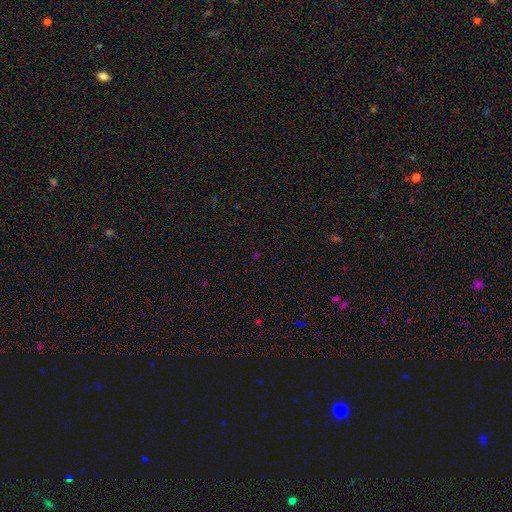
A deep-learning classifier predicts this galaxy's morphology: The model was most divided on "smooth or featured": star or artifact: 65%, smooth: 28%, featured or disk: 7%.